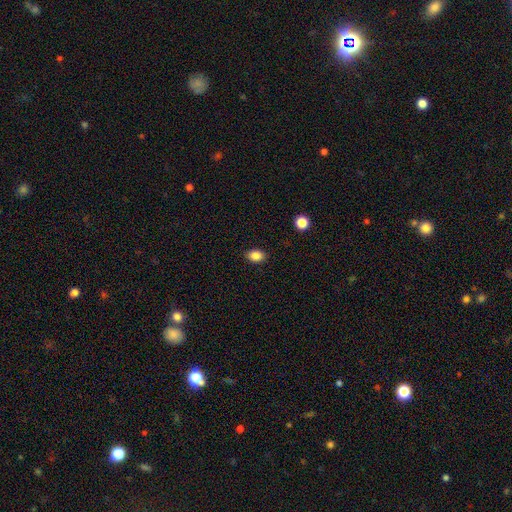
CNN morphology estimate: Smooth or featured? smooth (86%)
How rounded? in between (76%)
Merging? none (88%)